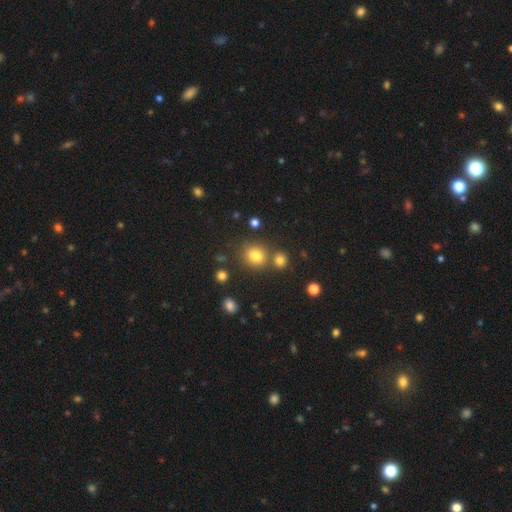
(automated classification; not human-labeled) Q: Smooth or featured?
A: smooth (79%); runner-up: star or artifact (14%)
Q: How rounded?
A: round (75%); runner-up: in between (24%)
Q: Merging?
A: none (69%); runner-up: merger (17%)